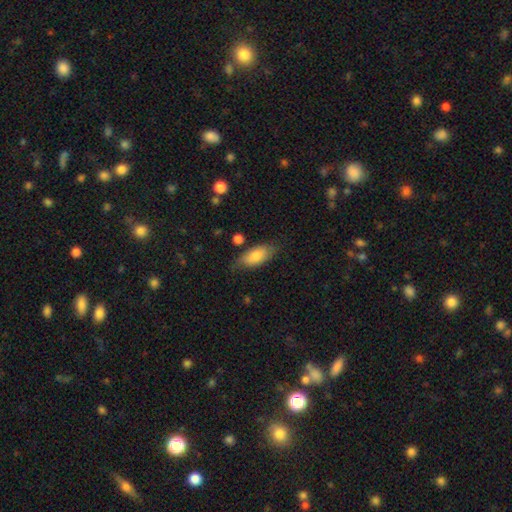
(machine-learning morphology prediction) Smooth or featured? Predicted: smooth (p=0.78). How rounded? Predicted: in between (p=0.85). Merging? Predicted: none (p=0.69).